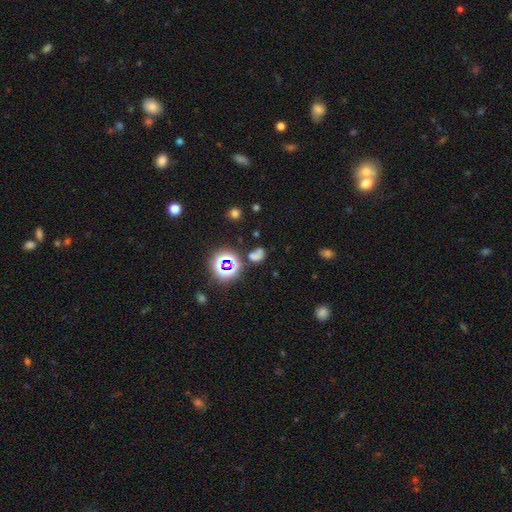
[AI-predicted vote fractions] The model was most divided on "smooth or featured": smooth: 47%, star or artifact: 40%, featured or disk: 13%. Remaining: merging — none (50%).